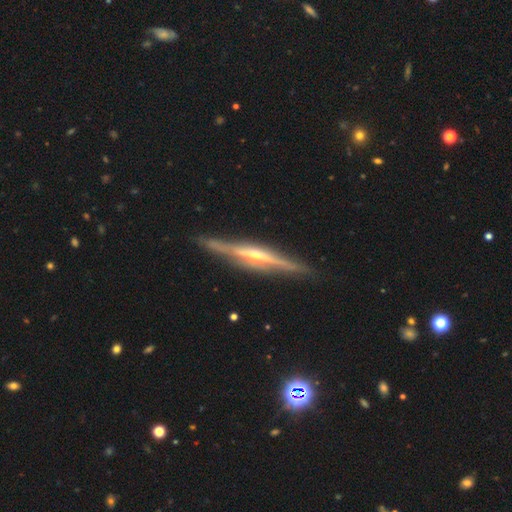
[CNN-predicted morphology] Smooth or featured? featured or disk (84%)
Edge-on disk? yes (97%)
Edge-on bulge? rounded (73%)
Merging? none (87%)